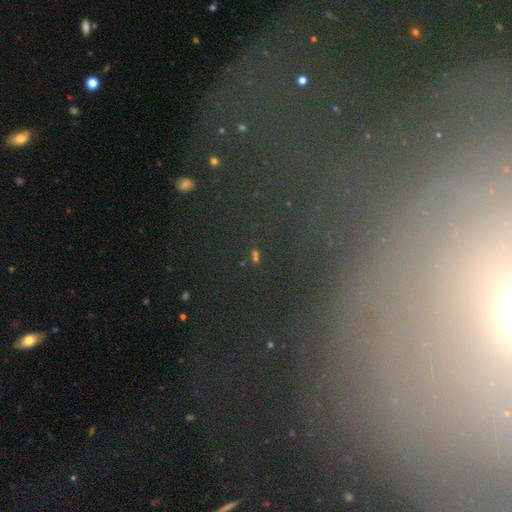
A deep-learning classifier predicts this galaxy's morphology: Smooth or featured?
  - star or artifact: 60% *
  - smooth: 21%
  - featured or disk: 19%